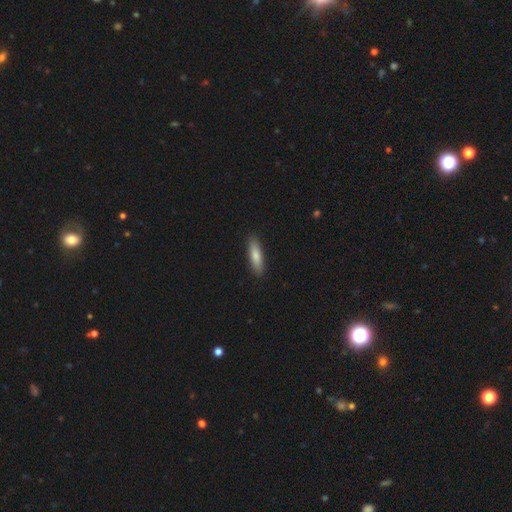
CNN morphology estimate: This appears to be a smooth galaxy with no disk features (79%) that is cigar-shaped (66%). Merging: none (90%).